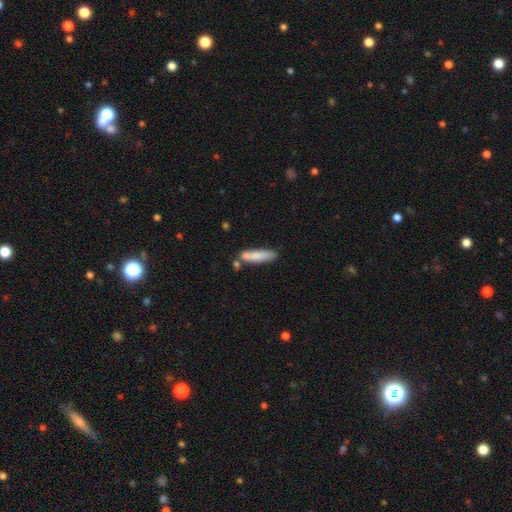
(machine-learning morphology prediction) smooth-or-featured: smooth: 77% | featured or disk: 17% | star or artifact: 6%
  how-rounded: cigar-shaped: 76% | in between: 22% | round: 2%
  merging: none: 63% | minor disturbance: 18% | merger: 15% | major disturbance: 4%